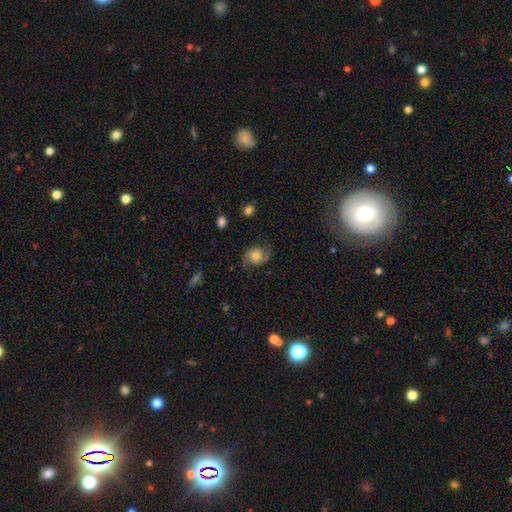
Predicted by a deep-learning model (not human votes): Smooth or featured?
  - featured or disk: 80% *
  - smooth: 13%
  - star or artifact: 7%
Edge-on disk?
  - no: 98% *
  - yes: 2%
Bar?
  - no: 73% *
  - weak: 23%
  - strong: 4%
Spiral arms?
  - yes: 96% *
  - no: 4%
Spiral winding?
  - medium: 50% *
  - loose: 33%
  - tight: 17%
Spiral arm count?
  - 2: 93% *
  - can't tell: 2%
  - 1: 2%
  - 3: 1%
  - 4: 1%
  - more than 4: 1%
Bulge size?
  - moderate: 54% *
  - small: 24%
  - large: 15%
  - none: 4%
  - dominant: 2%
Merging?
  - none: 79% *
  - minor disturbance: 14%
  - major disturbance: 6%
  - merger: 1%